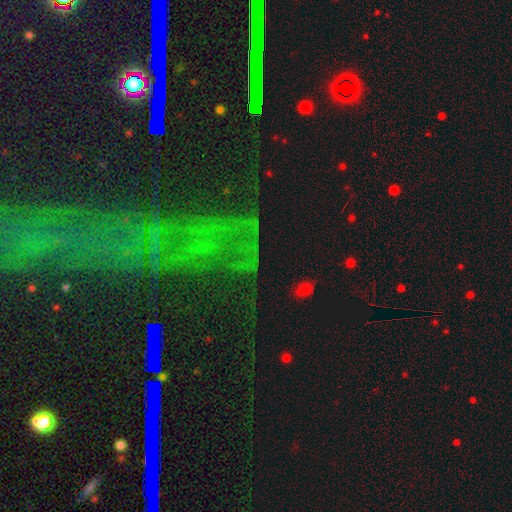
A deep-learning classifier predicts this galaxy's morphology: Overall: star or artifact (74%).